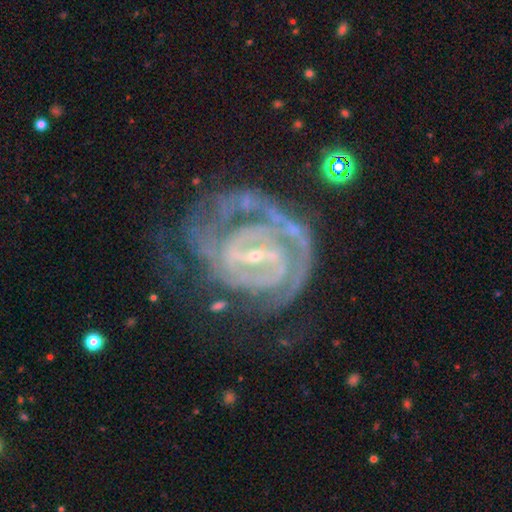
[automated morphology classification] Overall: featured or disk (89%). Edge-on disk: no (97%). Bar: weak (45%; strong 38%). Spiral arms: yes (95%). Spiral arm count: 2 (39%; can't tell 26%). Spiral winding: tight (68%). Bulge size: small (79%). Merging: none (47%; major disturbance 27%).